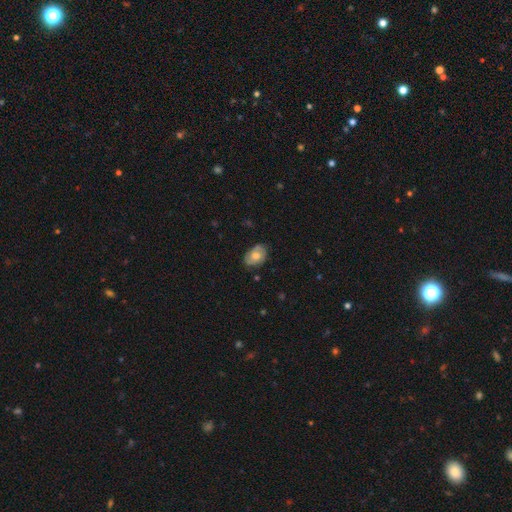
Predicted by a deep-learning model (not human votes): Overall: featured or disk (48%; smooth 44%). Merging: none (74%).